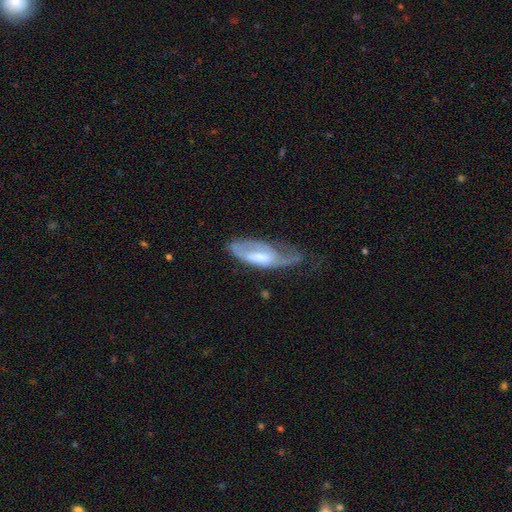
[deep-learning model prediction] smooth-or-featured: featured or disk: 65% | smooth: 27% | star or artifact: 8%
  disk-edge-on: no: 80% | yes: 20%
    bar: no: 51% | weak: 36% | strong: 13%
    has-spiral-arms: yes: 73% | no: 27%
    bulge-size: moderate: 41% | small: 23% | large: 20% | none: 14% | dominant: 2%
  merging: none: 37% | major disturbance: 30% | minor disturbance: 30% | merger: 3%